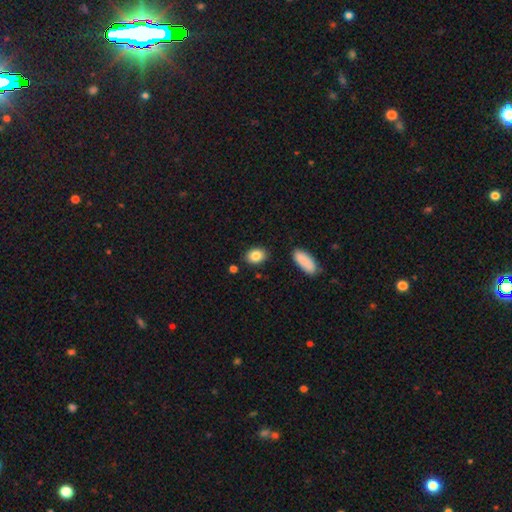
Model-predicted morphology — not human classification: The model was most divided on "how rounded": in between: 70%, round: 28%, cigar-shaped: 2%. More confident: smooth or featured — smooth (85%); merging — none (84%).